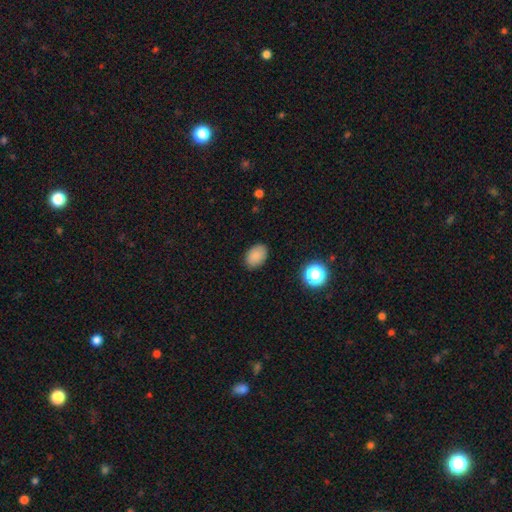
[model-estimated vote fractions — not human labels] This appears to be a smooth galaxy with no disk features (85%) that is in between round and cigar-shaped (79%). Merging: none (86%).